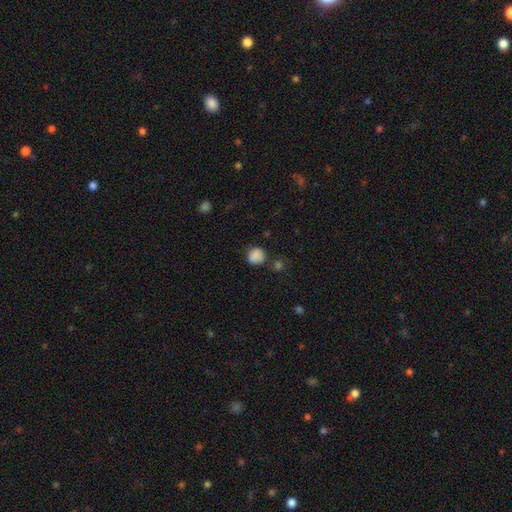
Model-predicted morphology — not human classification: smooth-or-featured: smooth: 84% | star or artifact: 10% | featured or disk: 5%
  how-rounded: round: 80% | in between: 19% | cigar-shaped: 1%
  merging: none: 70% | minor disturbance: 17% | merger: 8% | major disturbance: 5%